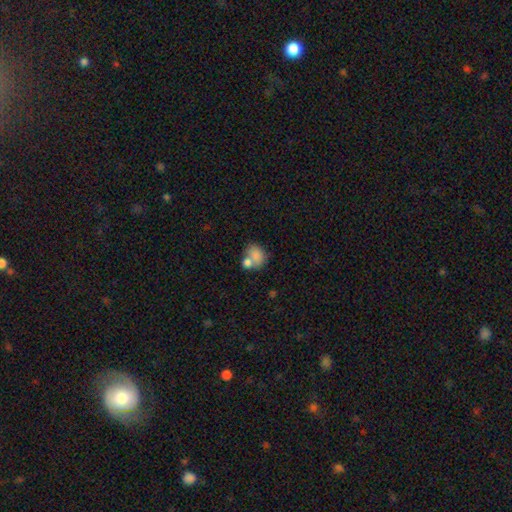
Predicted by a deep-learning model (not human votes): Overall: smooth (79%). How rounded: round (58%; in between 41%). Merging: merger (45%; none 37%).